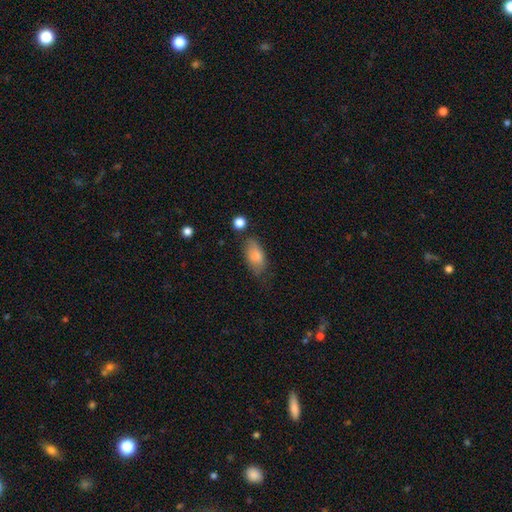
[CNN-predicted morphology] A smooth galaxy with no disk features (81%) that is in between round and cigar-shaped (90%).

Vote fractions:
- Smooth or featured? smooth: 81% / featured or disk: 12% / star or artifact: 7%
- How rounded? in between: 90% / cigar-shaped: 6% / round: 4%
- Merging? none: 62% / minor disturbance: 26% / major disturbance: 8% / merger: 4%